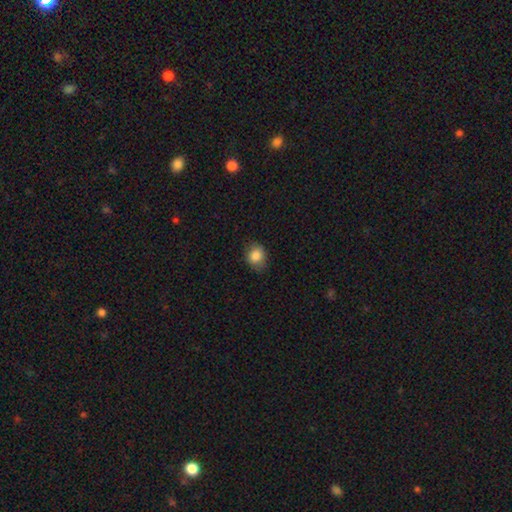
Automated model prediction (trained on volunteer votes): Smooth or featured? smooth (84%)
How rounded? round (59%)
Merging? none (77%)